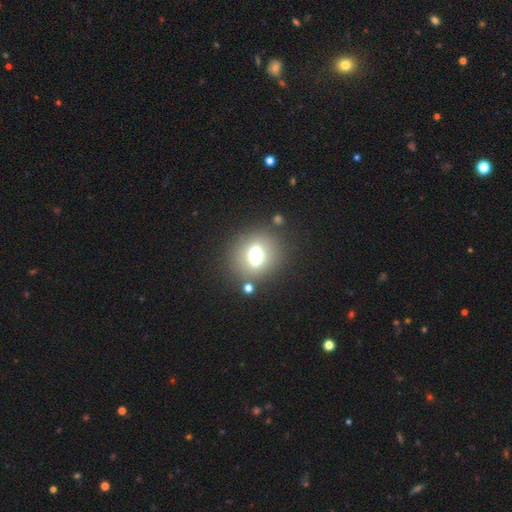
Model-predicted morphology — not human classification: type=smooth (60%); roundness=round (54%); merging=none (71%).